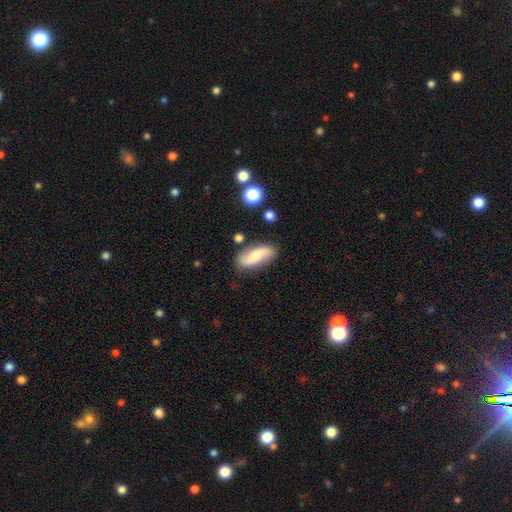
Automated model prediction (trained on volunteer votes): This is possibly a smooth galaxy (48%). Merging: likely none (78%).